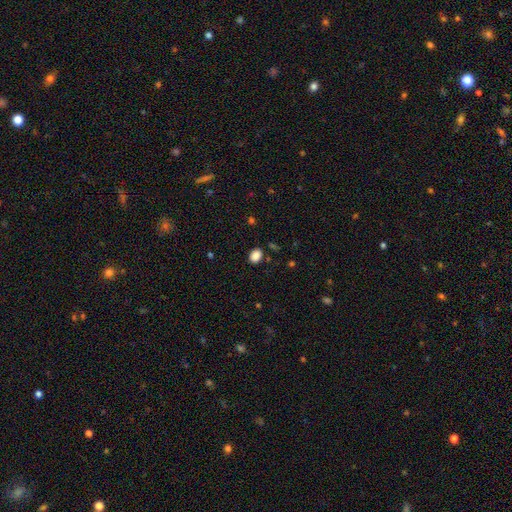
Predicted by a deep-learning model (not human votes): This appears to be a smooth galaxy with no disk features (87%) that is in between round and cigar-shaped (70%). Merging: none (85%).